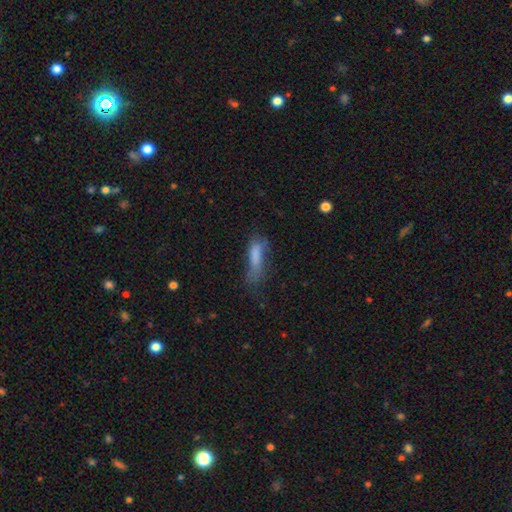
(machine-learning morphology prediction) Smooth or featured? Predicted: smooth (p=0.74). How rounded? Predicted: cigar-shaped (p=0.56). Merging? Predicted: none (p=0.37).